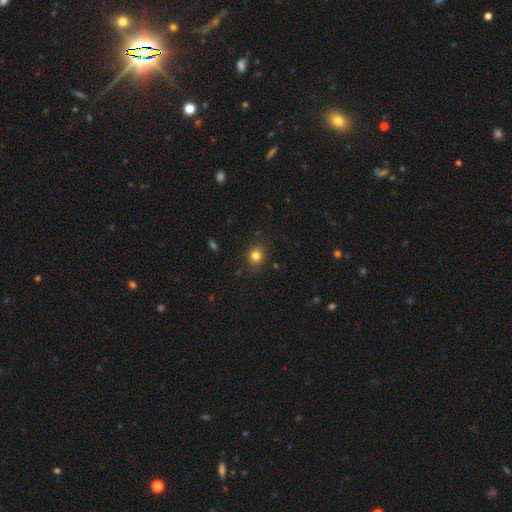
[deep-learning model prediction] A smooth galaxy with no disk features (81%) that is round (79%).

Vote fractions:
- Smooth or featured? smooth: 81% / star or artifact: 13% / featured or disk: 6%
- How rounded? round: 79% / in between: 20% / cigar-shaped: 1%
- Merging? none: 87% / minor disturbance: 9% / major disturbance: 2% / merger: 1%